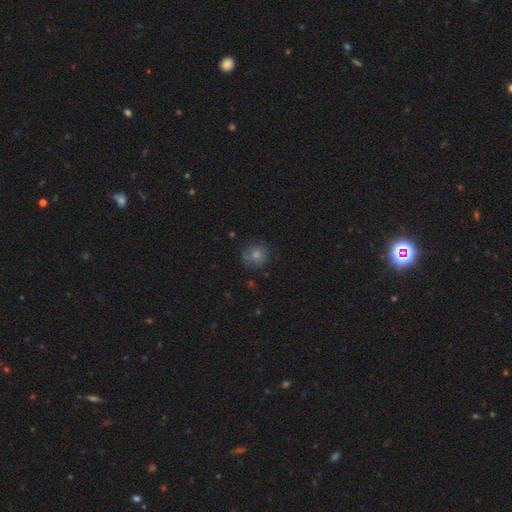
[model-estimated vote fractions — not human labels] Morphology: type=smooth (59%); roundness=round (86%); merging=none (78%).